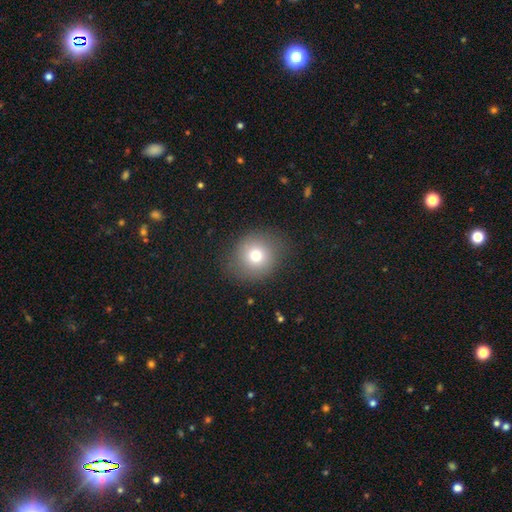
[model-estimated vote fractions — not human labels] Morphology: type=smooth (74%); roundness=round (86%); merging=none (82%).